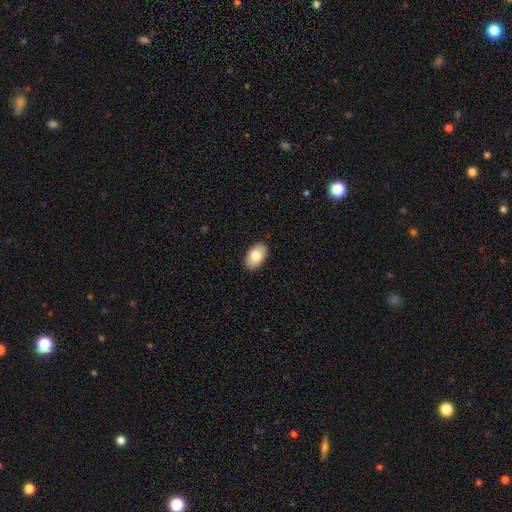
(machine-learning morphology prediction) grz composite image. It shows a smooth galaxy with no disk features (80%) that is in between round and cigar-shaped (92%). Merging: none (89%).